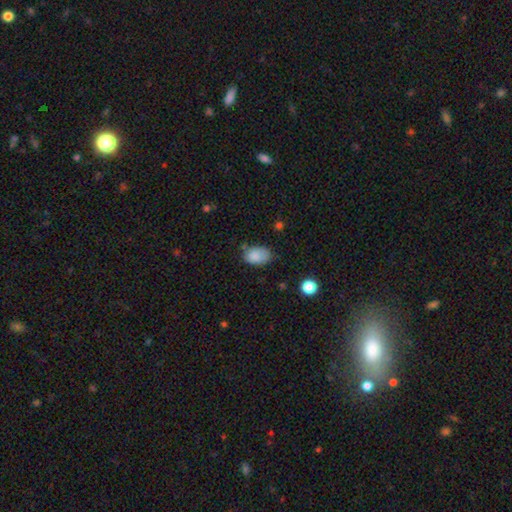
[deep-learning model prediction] Smooth or featured: smooth — 85% (star or artifact — 8%)
How rounded: in between — 87% (round — 12%)
Merging: none — 60% (minor disturbance — 29%)